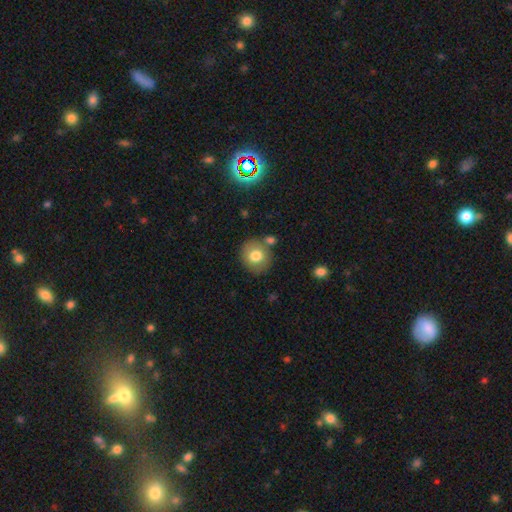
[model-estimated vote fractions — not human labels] Smooth or featured: smooth — 76% (featured or disk — 15%)
How rounded: round — 86% (in between — 13%)
Merging: none — 77% (minor disturbance — 12%)